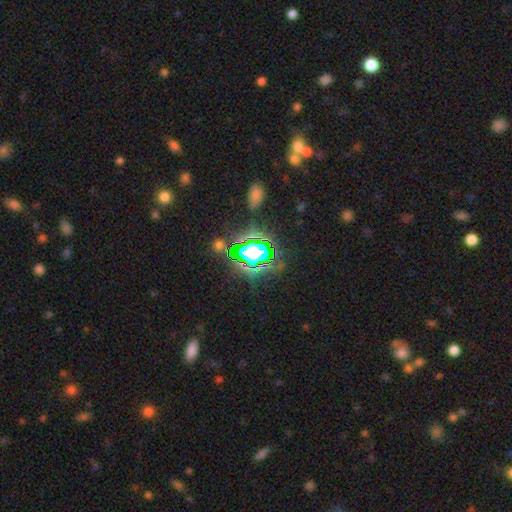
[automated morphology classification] This is likely a star or artifact rather than a galaxy (78%).